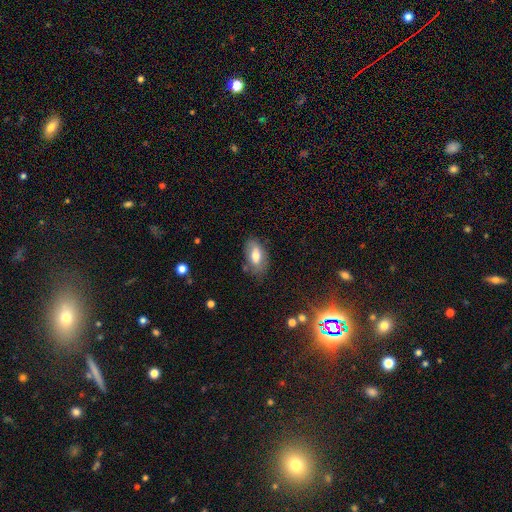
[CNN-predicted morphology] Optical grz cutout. It shows a smooth galaxy with no disk features (64%) that is in between round and cigar-shaped (91%). Merging: none (72%).